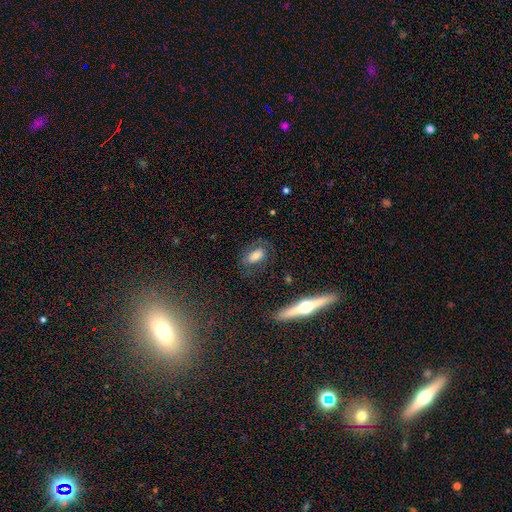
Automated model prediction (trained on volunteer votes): smooth 60%, featured or disk 29%, star or artifact 11%. Down the decision tree: how rounded — in between (85%); merging — none (69%).